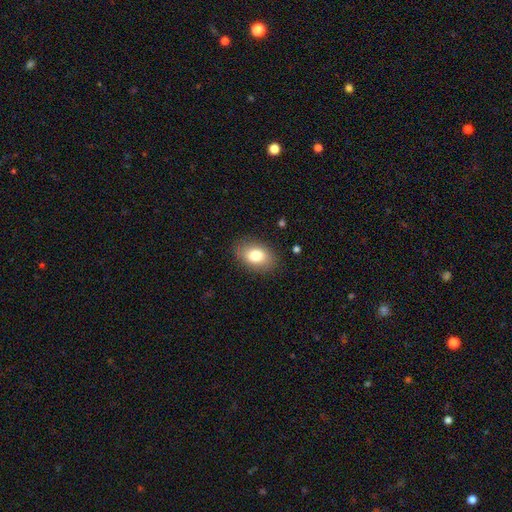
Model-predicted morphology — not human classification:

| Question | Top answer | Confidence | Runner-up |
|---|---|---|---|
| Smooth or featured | smooth | 80% | featured or disk (12%) |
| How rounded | in between | 84% | round (15%) |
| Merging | none | 85% | minor disturbance (10%) |